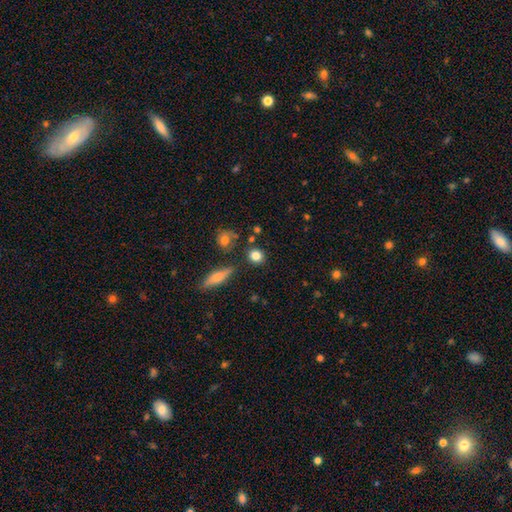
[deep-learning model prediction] This appears to be a smooth galaxy with no disk features (83%) that is round (78%). Merging: none (82%).